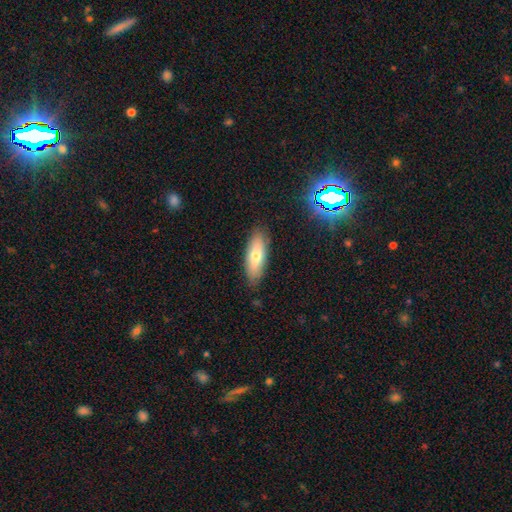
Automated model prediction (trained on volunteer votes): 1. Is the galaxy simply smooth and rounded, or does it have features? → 67% smooth, 26% featured or disk, 7% star or artifact.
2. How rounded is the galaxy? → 62% in between, 36% cigar-shaped, 2% round.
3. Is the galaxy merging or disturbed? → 86% none, 10% minor disturbance, 2% major disturbance, 1% merger.